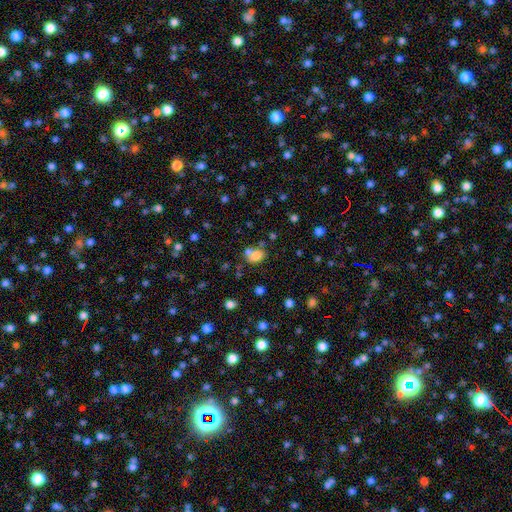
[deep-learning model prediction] smooth 76%, star or artifact 13%, featured or disk 11%. Down the decision tree: how rounded — in between (61%); merging — none (45%).